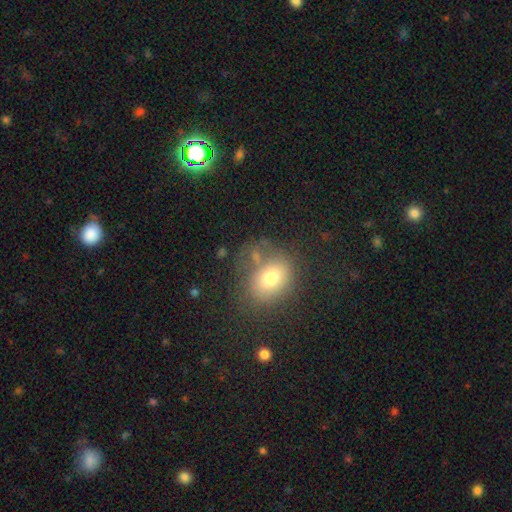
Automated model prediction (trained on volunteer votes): A smooth galaxy with no disk features (72%) that is in between round and cigar-shaped (58%).

Vote fractions:
- Smooth or featured? smooth: 72% / featured or disk: 15% / star or artifact: 13%
- How rounded? in between: 58% / round: 41% / cigar-shaped: 1%
- Merging? none: 60% / minor disturbance: 18% / merger: 12% / major disturbance: 9%